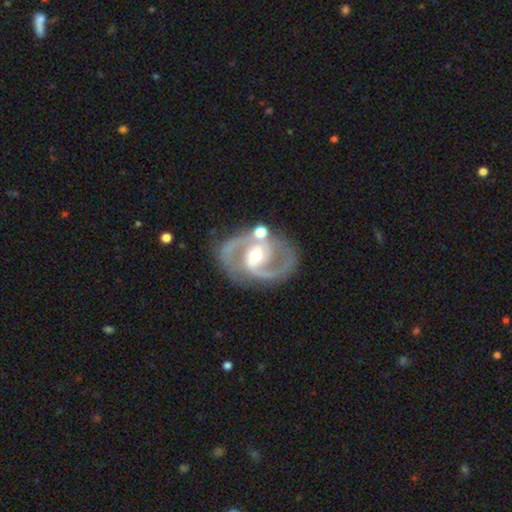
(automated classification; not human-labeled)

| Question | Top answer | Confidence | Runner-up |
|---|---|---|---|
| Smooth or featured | featured or disk | 89% | smooth (5%) |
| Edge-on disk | no | 97% | yes (3%) |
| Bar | weak | 42% | no (31%) |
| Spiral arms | yes | 95% | no (5%) |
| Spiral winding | medium | 59% | tight (27%) |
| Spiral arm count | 2 | 89% | 3 (4%) |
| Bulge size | moderate | 66% | small (28%) |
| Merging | none | 69% | minor disturbance (16%) |